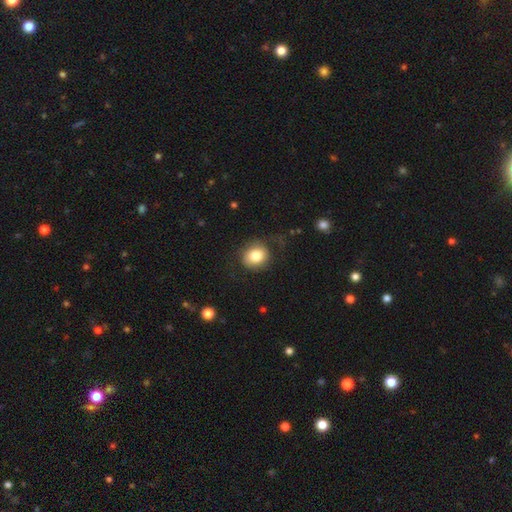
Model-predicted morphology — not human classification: A smooth galaxy with no disk features (79%) that is round (77%). Merging: none (72%).